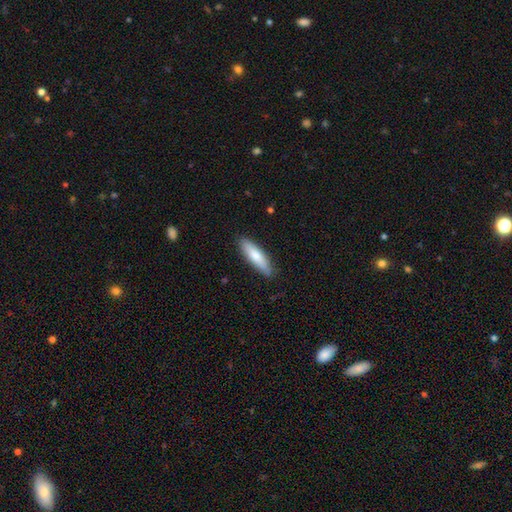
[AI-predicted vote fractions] This appears to be a smooth galaxy with no disk features (73%) that is cigar-shaped (65%). Merging: none (87%).